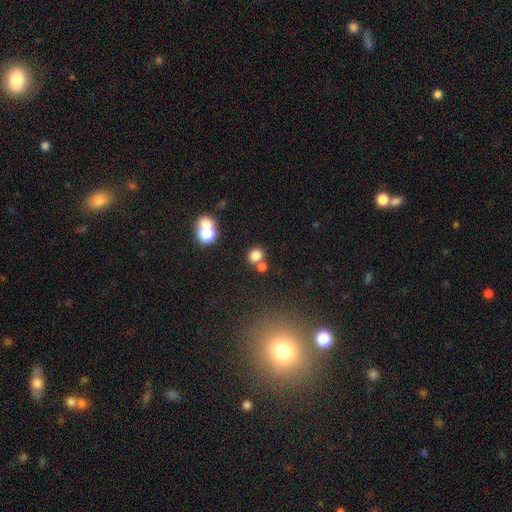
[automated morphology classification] A smooth galaxy with no disk features (78%) that is round (80%).

Vote fractions:
- Smooth or featured? smooth: 78% / star or artifact: 14% / featured or disk: 7%
- How rounded? round: 80% / in between: 19% / cigar-shaped: 1%
- Merging? none: 61% / merger: 27% / minor disturbance: 8% / major disturbance: 3%